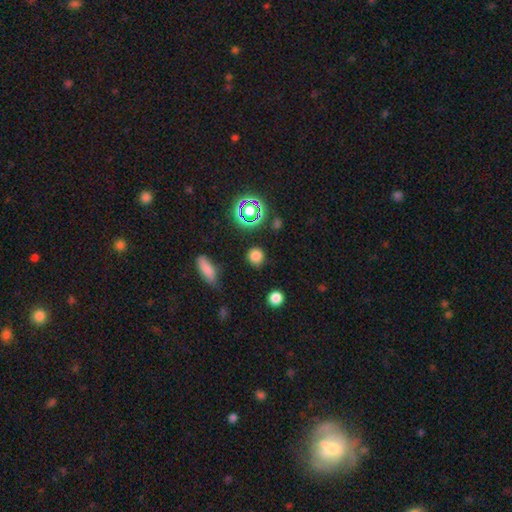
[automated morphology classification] Smooth or featured? smooth (77%)
How rounded? round (88%)
Merging? none (85%)